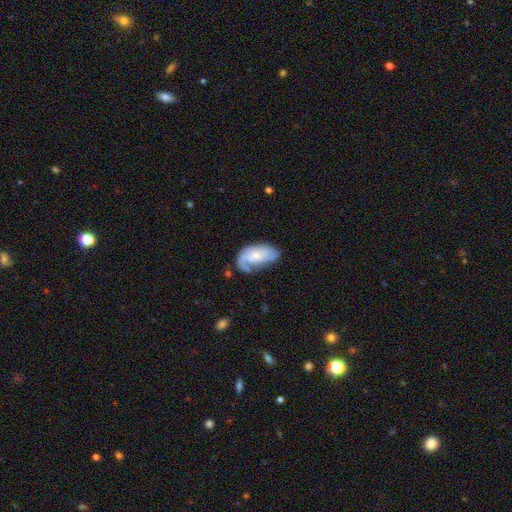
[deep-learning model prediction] Overall: featured or disk (58%; smooth 35%). Edge-on disk: no (94%). Bar: no (69%). Spiral arms: yes (80%). Bulge size: small (58%; moderate 33%). Merging: none (44%; minor disturbance 30%).